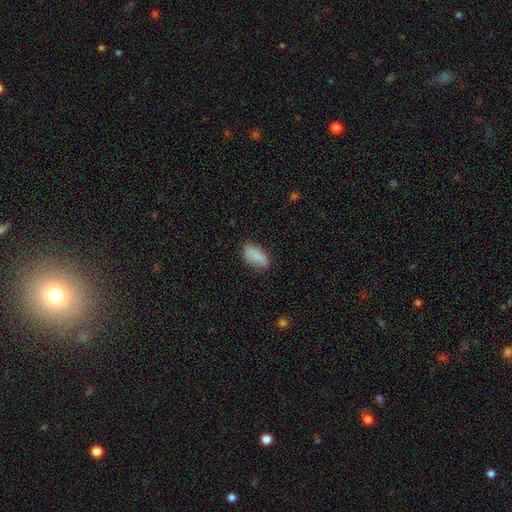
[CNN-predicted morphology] smooth-or-featured: smooth: 82% | featured or disk: 10% | star or artifact: 8%
  how-rounded: in between: 90% | cigar-shaped: 6% | round: 4%
  merging: none: 71% | minor disturbance: 22% | major disturbance: 5% | merger: 2%